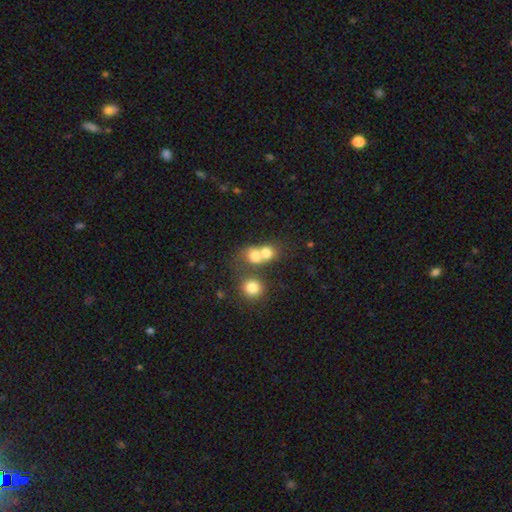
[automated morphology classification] Smooth or featured: smooth — 73% (featured or disk — 14%)
How rounded: round — 74% (in between — 24%)
Merging: merger — 61% (none — 30%)